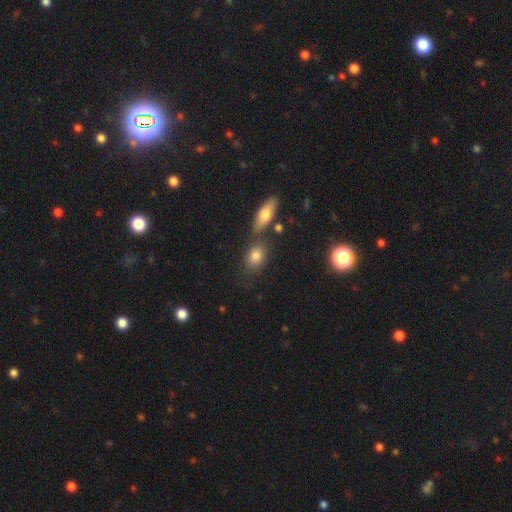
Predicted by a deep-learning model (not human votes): A smooth galaxy with no disk features (79%) that is in between round and cigar-shaped (72%).

Vote fractions:
- Smooth or featured? smooth: 79% / featured or disk: 11% / star or artifact: 10%
- How rounded? in between: 72% / round: 23% / cigar-shaped: 4%
- Merging? none: 64% / merger: 19% / minor disturbance: 13% / major disturbance: 4%